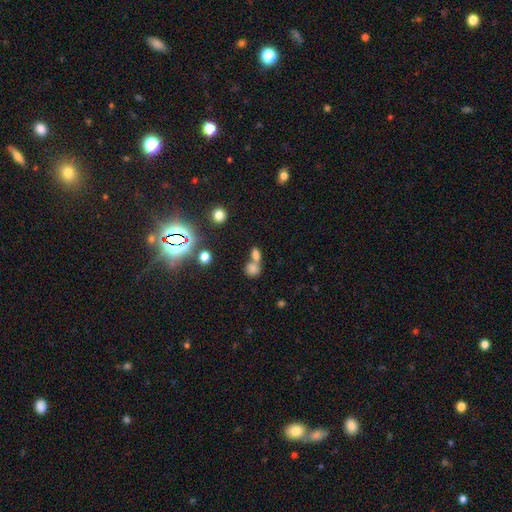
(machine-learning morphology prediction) type=smooth (71%); roundness=in between (55%); merging=merger (58%).